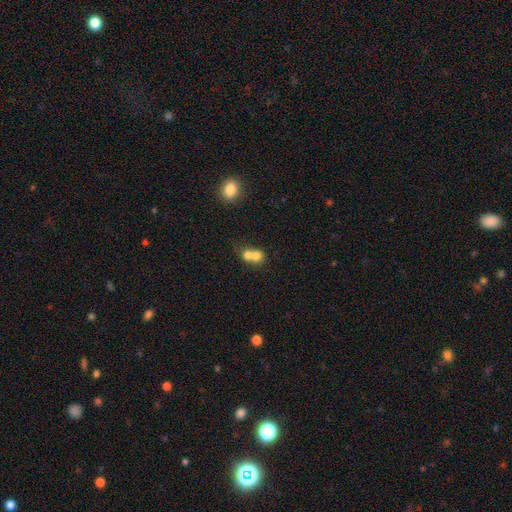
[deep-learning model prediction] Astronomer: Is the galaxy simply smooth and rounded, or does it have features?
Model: smooth — 73%.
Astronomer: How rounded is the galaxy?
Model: round — 75%.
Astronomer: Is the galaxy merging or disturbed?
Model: merger — 69%.